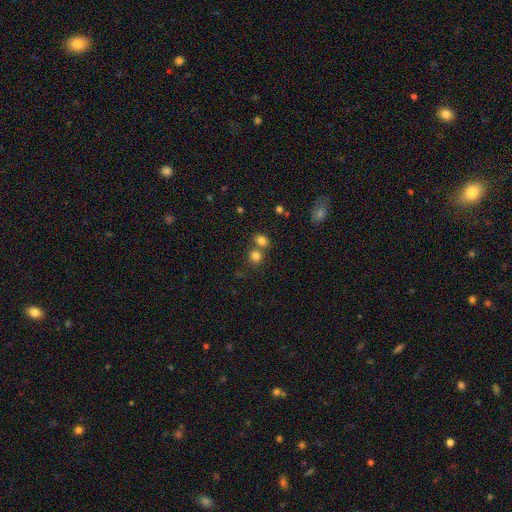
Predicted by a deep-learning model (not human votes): Smooth or featured?
  - smooth: 80% *
  - star or artifact: 13%
  - featured or disk: 7%
How rounded?
  - round: 79% *
  - in between: 20%
  - cigar-shaped: 1%
Merging?
  - none: 54% *
  - merger: 36%
  - minor disturbance: 7%
  - major disturbance: 3%